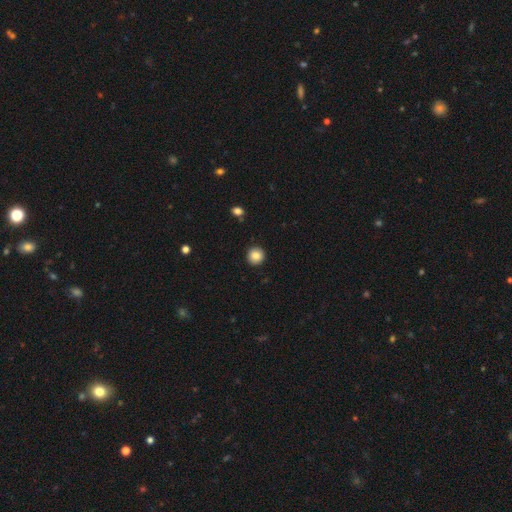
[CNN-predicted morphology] The model was most divided on "smooth or featured": smooth: 86%, star or artifact: 9%, featured or disk: 5%. More confident: how rounded — round (94%); merging — none (93%).